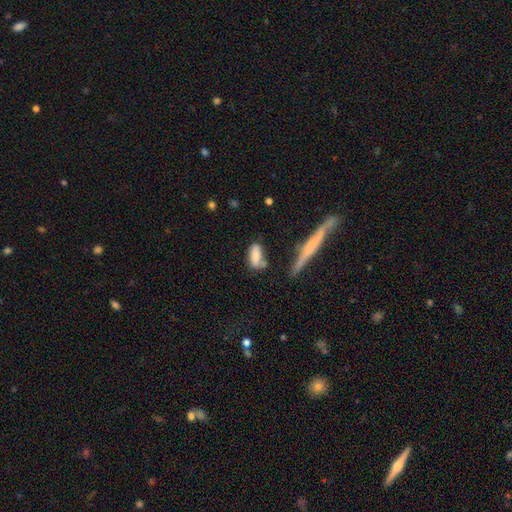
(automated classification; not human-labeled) Smooth or featured? Predicted: smooth (p=0.75). How rounded? Predicted: in between (p=0.75). Merging? Predicted: none (p=0.49).